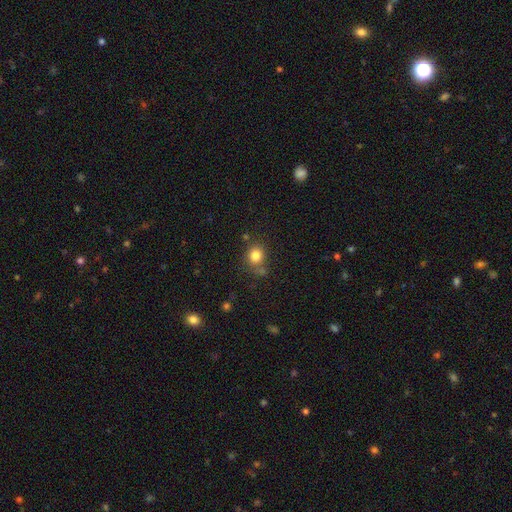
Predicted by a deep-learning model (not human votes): smooth_or_featured: smooth (p=0.81) [alt: star or artifact p=0.12]
how_rounded: round (p=0.79) [alt: in between p=0.20]
merging: none (p=0.73) [alt: minor disturbance p=0.13]